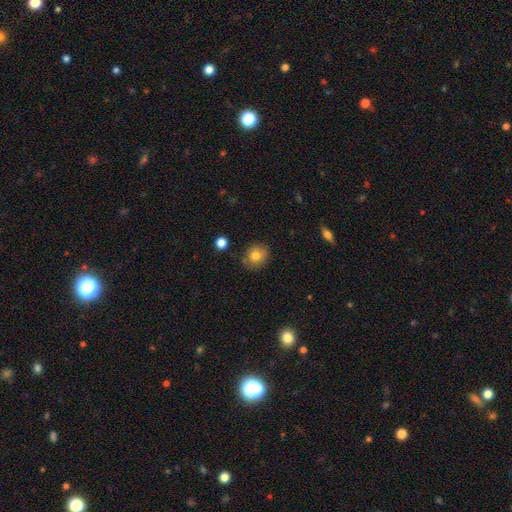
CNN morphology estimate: Smooth or featured?
  - smooth: 79% *
  - featured or disk: 11%
  - star or artifact: 10%
How rounded?
  - round: 71% *
  - in between: 28%
  - cigar-shaped: 1%
Merging?
  - none: 82% *
  - minor disturbance: 13%
  - major disturbance: 3%
  - merger: 2%